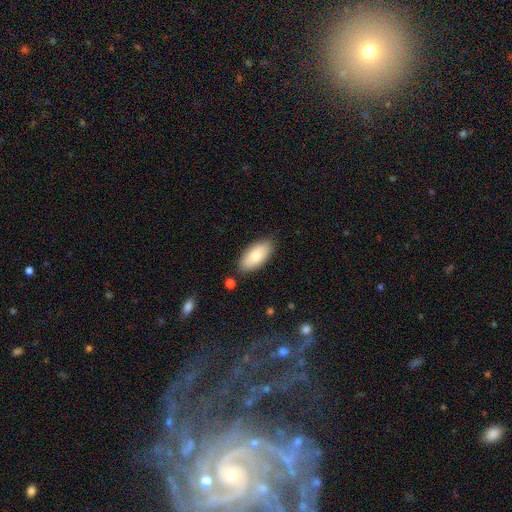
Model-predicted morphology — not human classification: This appears to be a smooth galaxy with no disk features (78%) that is in between round and cigar-shaped (91%). Merging: none (84%).